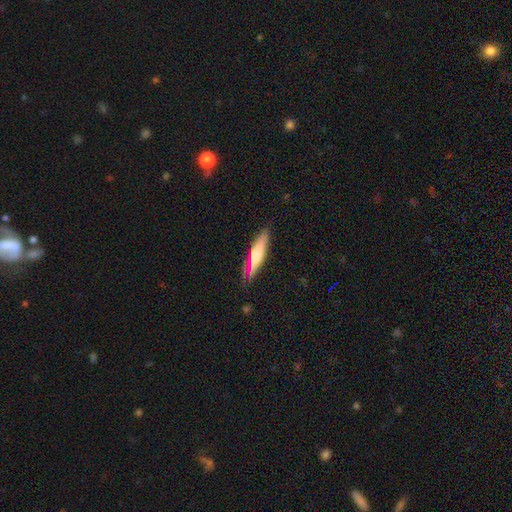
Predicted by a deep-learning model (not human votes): Overall: smooth (62%; featured or disk 31%). How rounded: cigar-shaped (72%). Merging: none (79%).